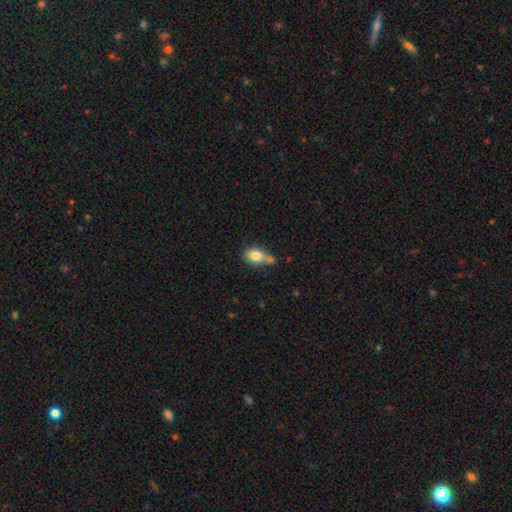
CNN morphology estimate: This is likely a smooth galaxy (79%). How rounded: likely in between (68%). Merging: marginally none (40%).